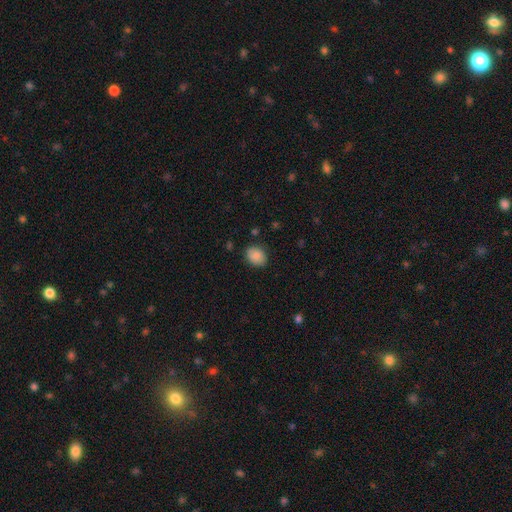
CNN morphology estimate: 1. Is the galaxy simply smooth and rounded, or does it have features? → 87% smooth, 8% star or artifact, 5% featured or disk.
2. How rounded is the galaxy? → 51% round, 49% in between, 1% cigar-shaped.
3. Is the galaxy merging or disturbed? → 85% none, 12% minor disturbance, 3% major disturbance, 1% merger.